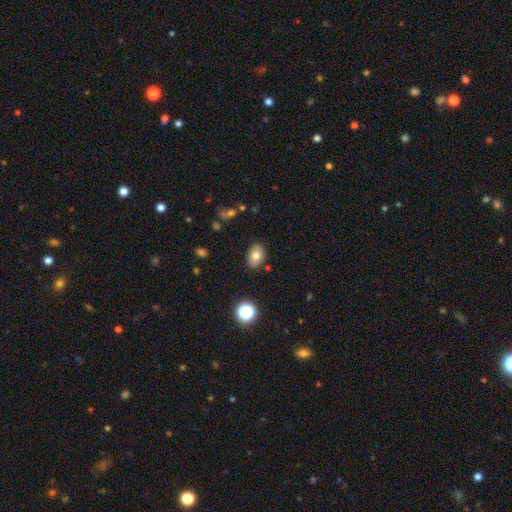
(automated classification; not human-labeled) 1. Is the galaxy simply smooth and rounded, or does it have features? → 76% smooth, 13% featured or disk, 10% star or artifact.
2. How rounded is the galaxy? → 80% in between, 19% round, 1% cigar-shaped.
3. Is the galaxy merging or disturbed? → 85% none, 10% minor disturbance, 2% major disturbance, 2% merger.